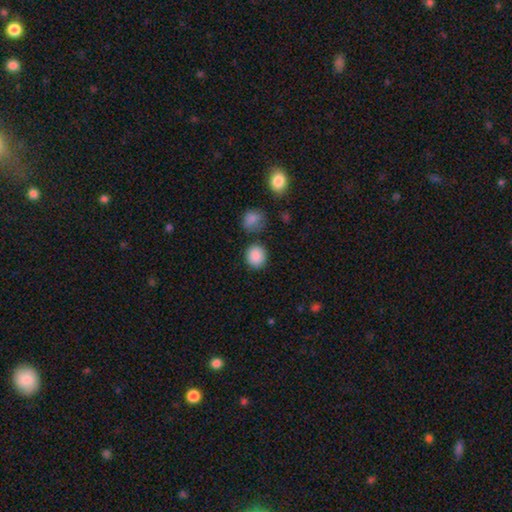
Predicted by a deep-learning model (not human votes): The model was most divided on "how rounded": round: 81%, in between: 18%, cigar-shaped: 1%. More confident: smooth or featured — smooth (88%); merging — none (81%).